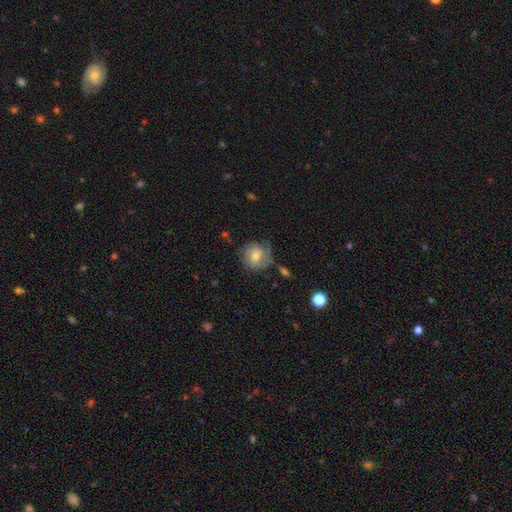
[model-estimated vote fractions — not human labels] The model was most divided on "smooth or featured": smooth: 50%, featured or disk: 42%, star or artifact: 8%. More confident: merging — none (59%).